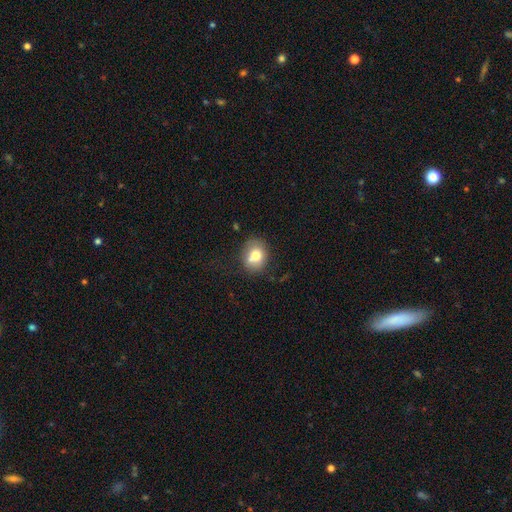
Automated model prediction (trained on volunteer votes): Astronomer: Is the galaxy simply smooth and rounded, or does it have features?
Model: smooth — 72%.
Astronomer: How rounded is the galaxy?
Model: round — 64%.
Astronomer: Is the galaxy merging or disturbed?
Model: none — 61%.